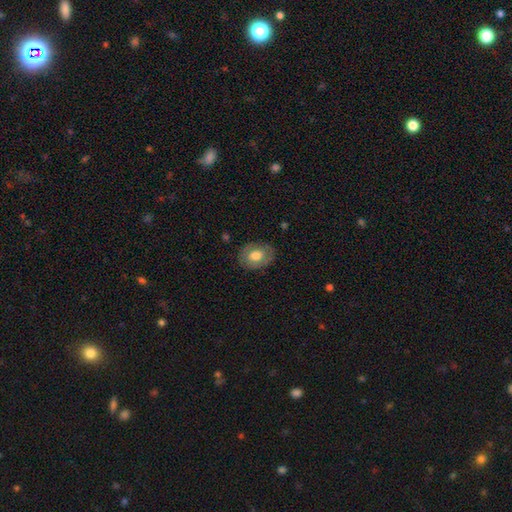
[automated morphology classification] This is likely a smooth galaxy (67%). How rounded: likely in between (67%). Merging: clearly none (83%).